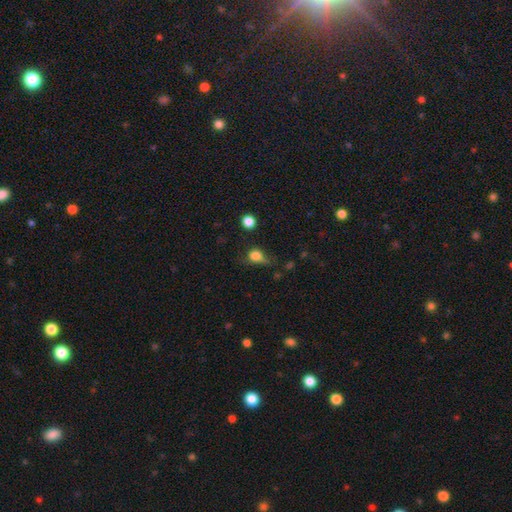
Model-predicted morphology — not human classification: Smooth or featured? Predicted: smooth (p=0.76). How rounded? Predicted: round (p=0.56). Merging? Predicted: none (p=0.36).